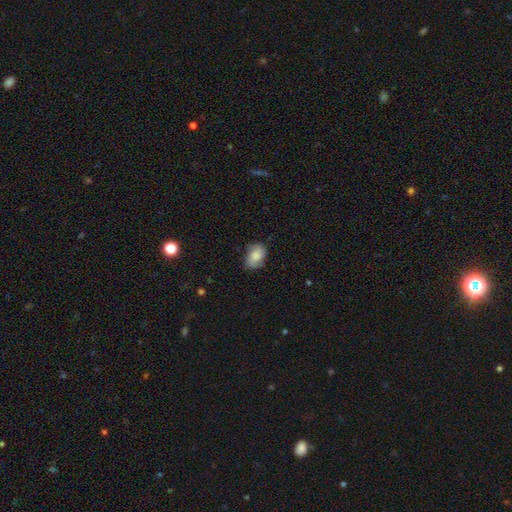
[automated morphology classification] This appears to be a smooth galaxy with no disk features (72%) that is in between round and cigar-shaped (82%). Merging: none (74%).